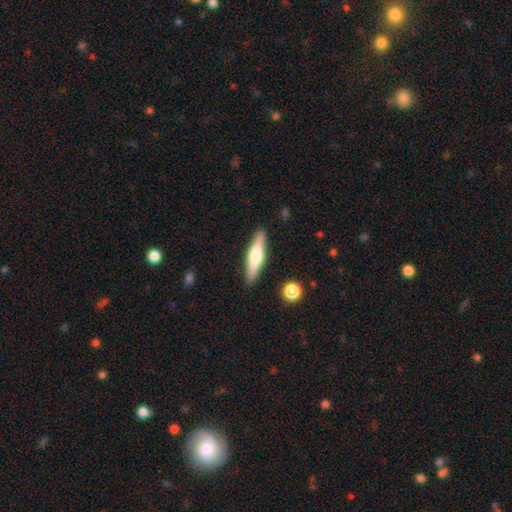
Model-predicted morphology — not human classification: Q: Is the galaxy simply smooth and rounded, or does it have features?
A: smooth — 53%.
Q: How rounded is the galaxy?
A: cigar-shaped — 78%.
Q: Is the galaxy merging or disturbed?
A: none — 89%.